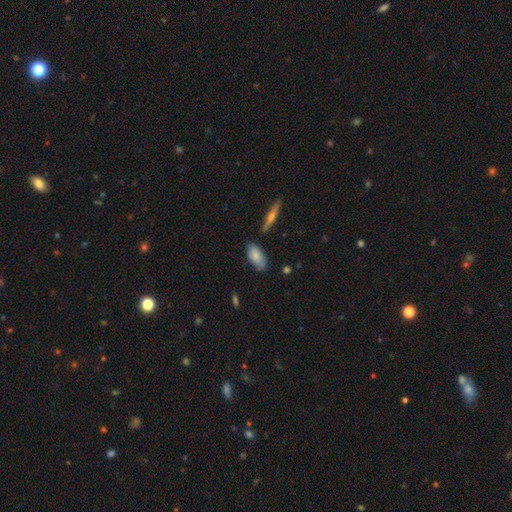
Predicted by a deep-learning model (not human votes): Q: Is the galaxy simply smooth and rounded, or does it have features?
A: smooth — 80%.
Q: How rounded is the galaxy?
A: in between — 89%.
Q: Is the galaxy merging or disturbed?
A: none — 72%.